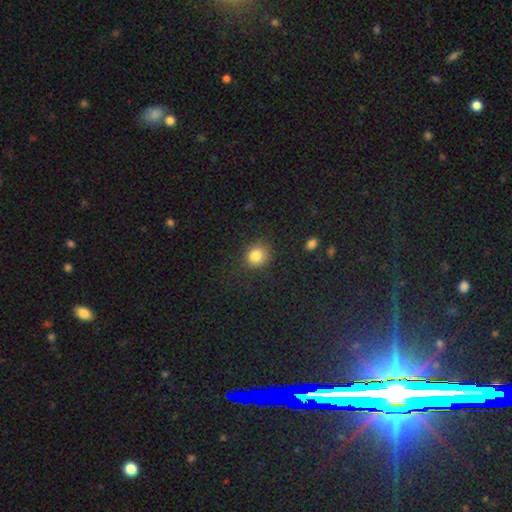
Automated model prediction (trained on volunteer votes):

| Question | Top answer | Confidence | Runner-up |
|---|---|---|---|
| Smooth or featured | smooth | 83% | star or artifact (11%) |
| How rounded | round | 76% | in between (23%) |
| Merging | none | 80% | minor disturbance (14%) |